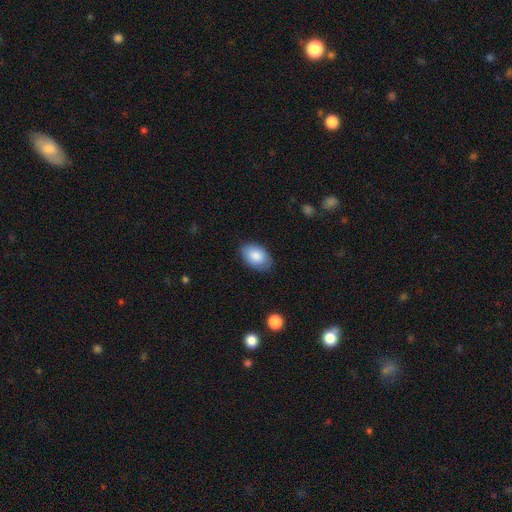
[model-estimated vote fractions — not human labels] Smooth or featured: smooth — 86% (featured or disk — 7%)
How rounded: in between — 89% (round — 10%)
Merging: none — 81% (minor disturbance — 15%)